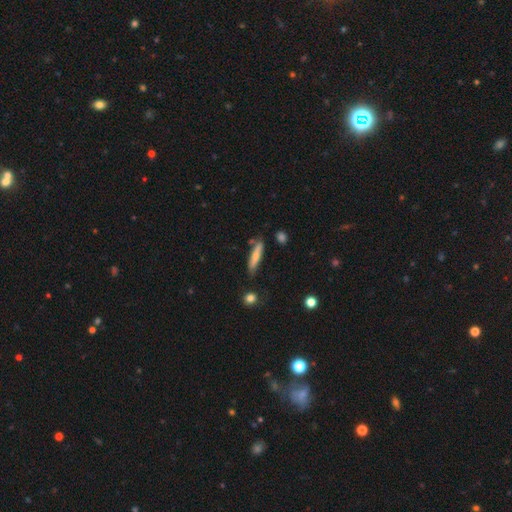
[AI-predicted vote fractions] smooth_or_featured: smooth (p=0.64) [alt: featured or disk p=0.29]
how_rounded: cigar-shaped (p=0.85) [alt: in between p=0.13]
merging: none (p=0.73) [alt: minor disturbance p=0.17]